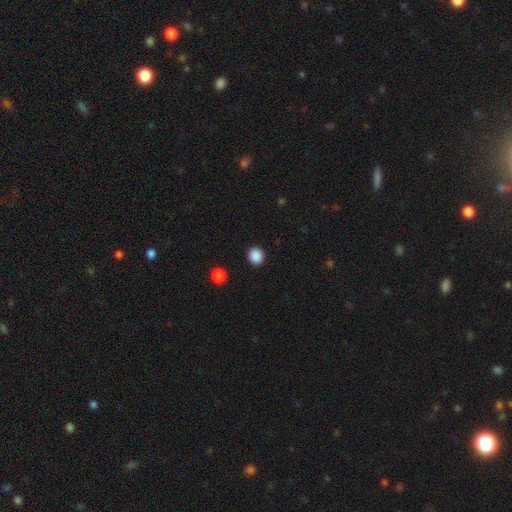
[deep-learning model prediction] Smooth or featured? Predicted: smooth (p=0.88). How rounded? Predicted: round (p=0.82). Merging? Predicted: none (p=0.91).